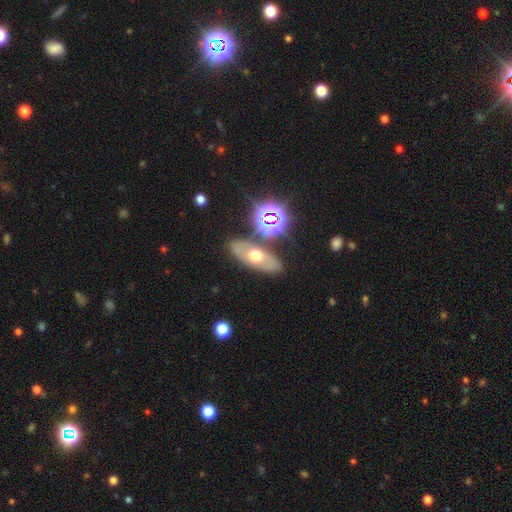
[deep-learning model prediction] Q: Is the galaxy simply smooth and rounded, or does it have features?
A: featured or disk — 45%.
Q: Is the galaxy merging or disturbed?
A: none — 77%.